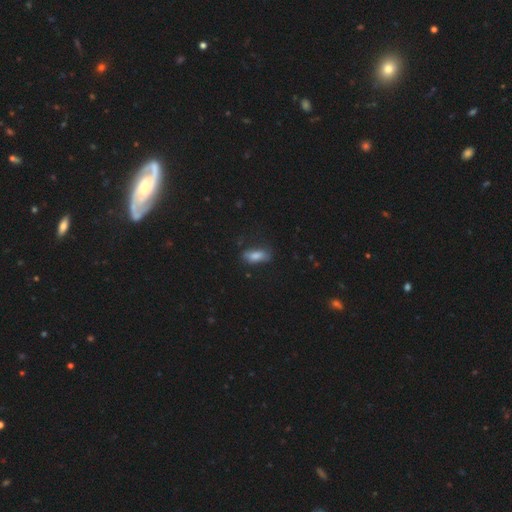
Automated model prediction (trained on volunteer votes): This is likely a smooth galaxy (77%). How rounded: likely in between (75%). Merging: likely none (66%).